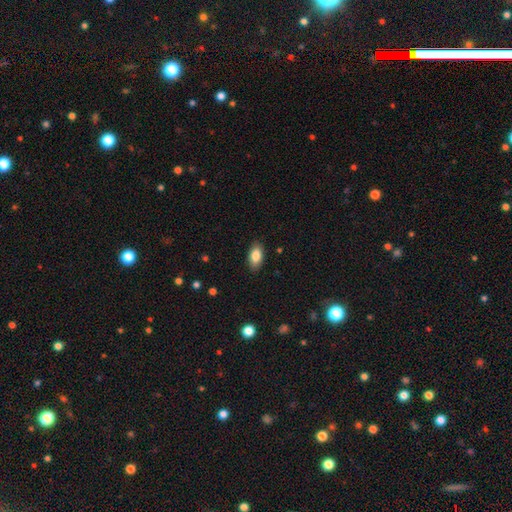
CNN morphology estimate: Smooth or featured?
  - smooth: 84% *
  - featured or disk: 9%
  - star or artifact: 7%
How rounded?
  - in between: 92% *
  - cigar-shaped: 4%
  - round: 4%
Merging?
  - none: 88% *
  - minor disturbance: 9%
  - major disturbance: 2%
  - merger: 1%